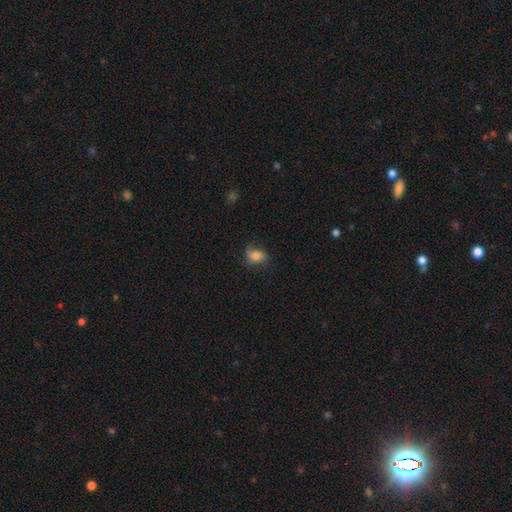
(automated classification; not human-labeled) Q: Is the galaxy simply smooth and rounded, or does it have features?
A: smooth — 66%.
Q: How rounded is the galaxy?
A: in between — 70%.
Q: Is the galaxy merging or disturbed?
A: none — 60%.